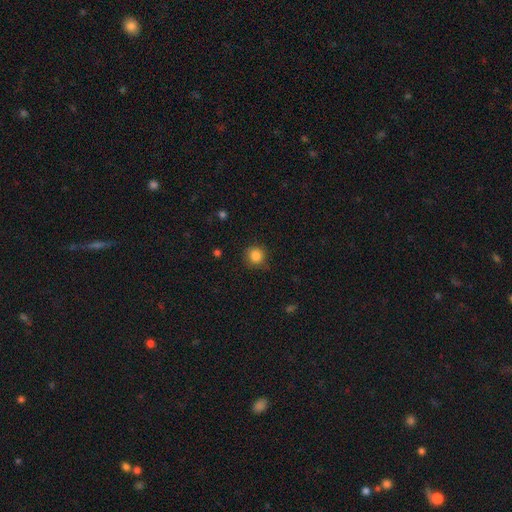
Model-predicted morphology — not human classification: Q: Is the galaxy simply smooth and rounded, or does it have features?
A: smooth — 85%.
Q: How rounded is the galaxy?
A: round — 92%.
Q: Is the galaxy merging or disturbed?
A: none — 86%.